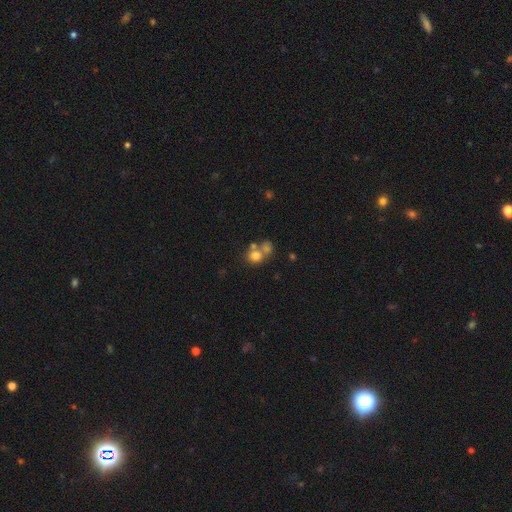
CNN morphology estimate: A smooth galaxy with no disk features (73%) that is round (79%).

Vote fractions:
- Smooth or featured? smooth: 73% / featured or disk: 14% / star or artifact: 13%
- How rounded? round: 79% / in between: 20% / cigar-shaped: 1%
- Merging? merger: 44% / none: 43% / minor disturbance: 9% / major disturbance: 4%